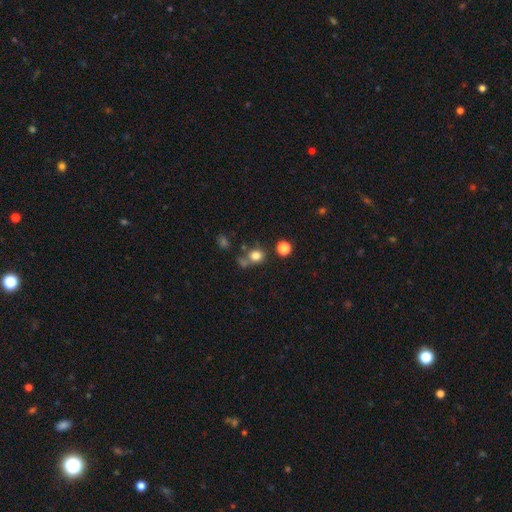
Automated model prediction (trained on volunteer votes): A smooth galaxy with no disk features (78%) that is round (78%).

Vote fractions:
- Smooth or featured? smooth: 78% / star or artifact: 14% / featured or disk: 7%
- How rounded? round: 78% / in between: 21% / cigar-shaped: 1%
- Merging? none: 58% / merger: 20% / minor disturbance: 15% / major disturbance: 8%